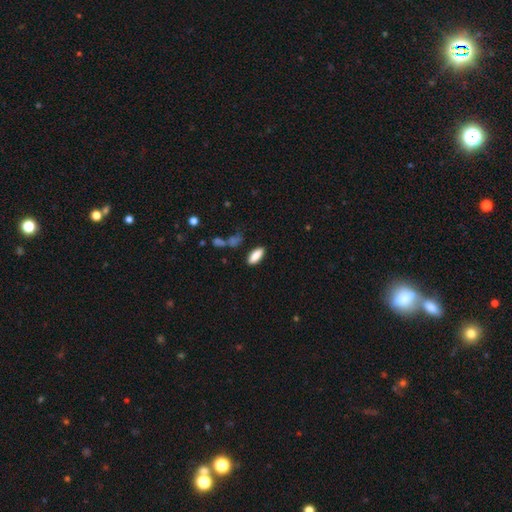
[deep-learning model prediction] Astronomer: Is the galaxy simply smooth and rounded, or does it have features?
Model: smooth — 87%.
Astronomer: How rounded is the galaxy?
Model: in between — 78%.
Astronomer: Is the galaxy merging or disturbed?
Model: none — 85%.